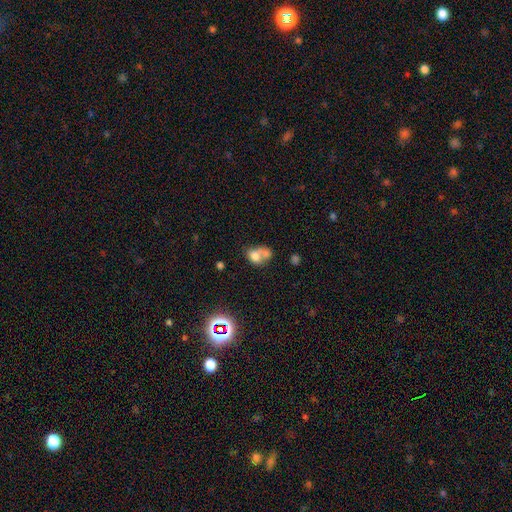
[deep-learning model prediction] Smooth or featured: smooth — 68% (featured or disk — 19%)
How rounded: in between — 58% (round — 41%)
Merging: merger — 66% (none — 19%)